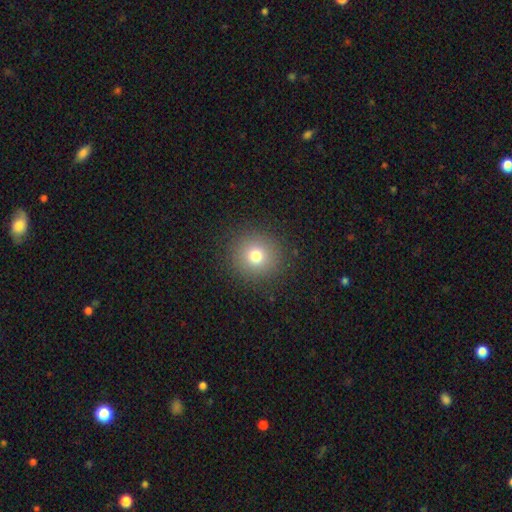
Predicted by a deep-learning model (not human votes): The model was most divided on "smooth or featured": smooth: 75%, star or artifact: 15%, featured or disk: 10%. More confident: how rounded — round (92%); merging — none (89%).